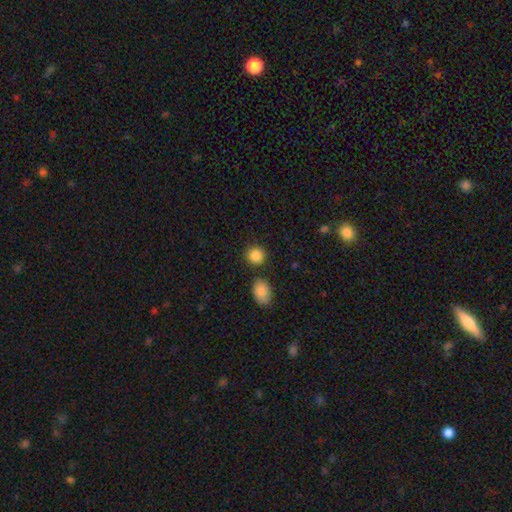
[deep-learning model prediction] smooth-or-featured: smooth: 87% | star or artifact: 9% | featured or disk: 4%
  how-rounded: round: 86% | in between: 13% | cigar-shaped: 1%
  merging: none: 82% | minor disturbance: 9% | merger: 7% | major disturbance: 3%